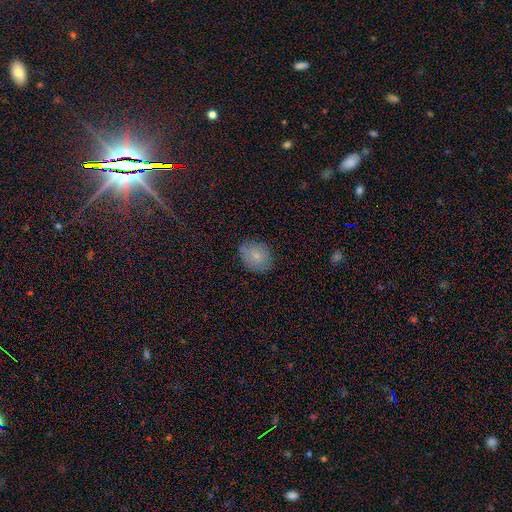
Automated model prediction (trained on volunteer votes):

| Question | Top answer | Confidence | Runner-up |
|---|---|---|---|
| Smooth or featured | smooth | 78% | featured or disk (12%) |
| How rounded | in between | 56% | round (43%) |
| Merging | none | 80% | minor disturbance (15%) |